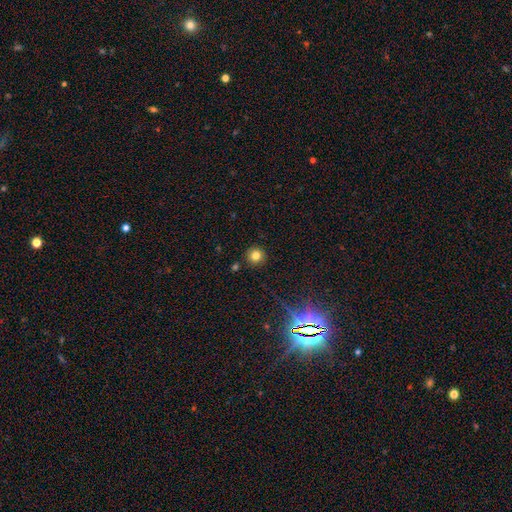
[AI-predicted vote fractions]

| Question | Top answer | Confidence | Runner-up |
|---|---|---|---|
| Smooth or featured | smooth | 78% | star or artifact (15%) |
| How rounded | round | 94% | in between (5%) |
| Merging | none | 89% | minor disturbance (6%) |